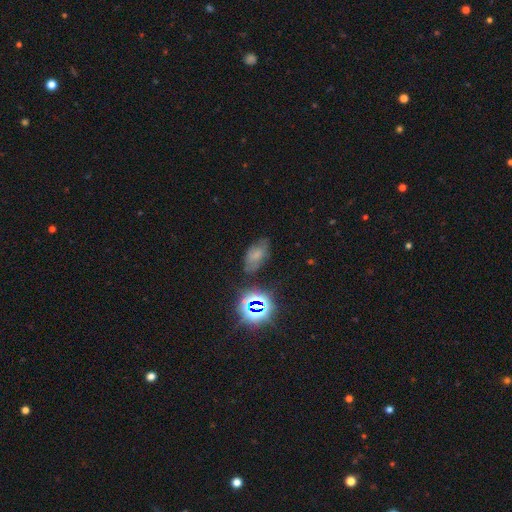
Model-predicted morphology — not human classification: Smooth or featured? smooth (51%)
How rounded? in between (88%)
Merging? none (65%)